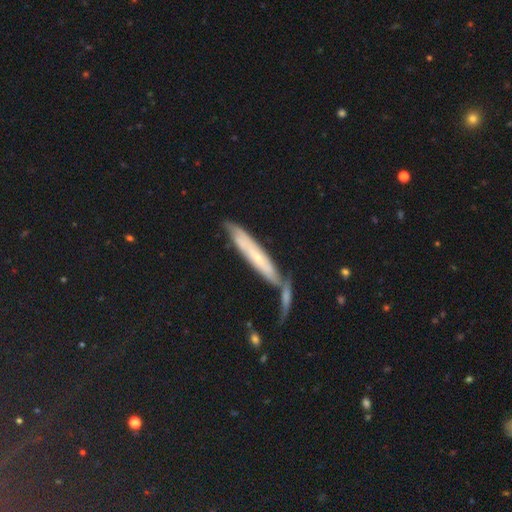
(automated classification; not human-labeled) Q: Smooth or featured?
A: featured or disk (53%); runner-up: smooth (40%)
Q: Edge-on disk?
A: yes (68%); runner-up: no (32%)
Q: Merging?
A: none (56%); runner-up: merger (23%)